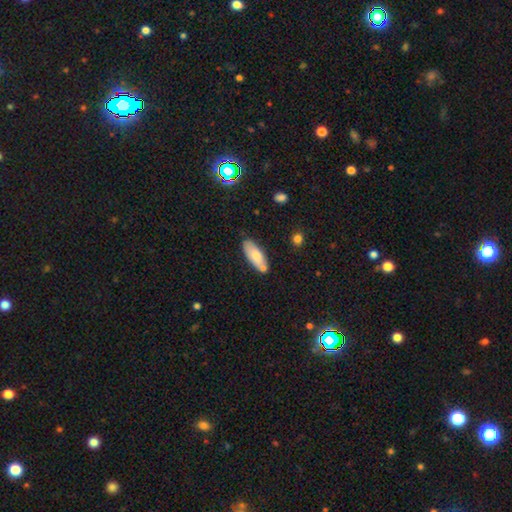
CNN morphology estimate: Smooth or featured?
  - smooth: 74% *
  - featured or disk: 20%
  - star or artifact: 6%
How rounded?
  - in between: 72% *
  - cigar-shaped: 27%
  - round: 2%
Merging?
  - none: 68% *
  - minor disturbance: 18%
  - merger: 11%
  - major disturbance: 3%